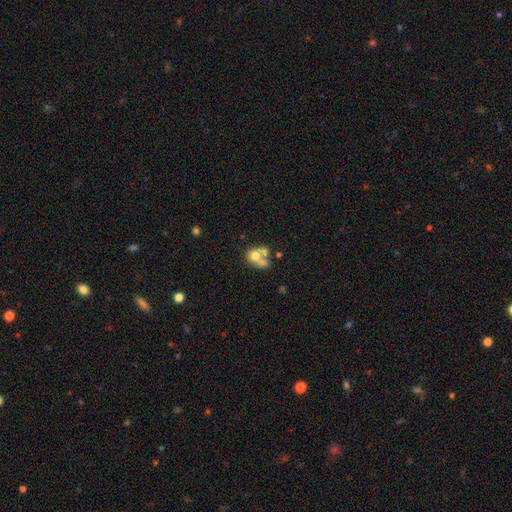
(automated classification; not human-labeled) This is likely a smooth galaxy (62%). How rounded: possibly round (58%). Merging: possibly merger (58%).